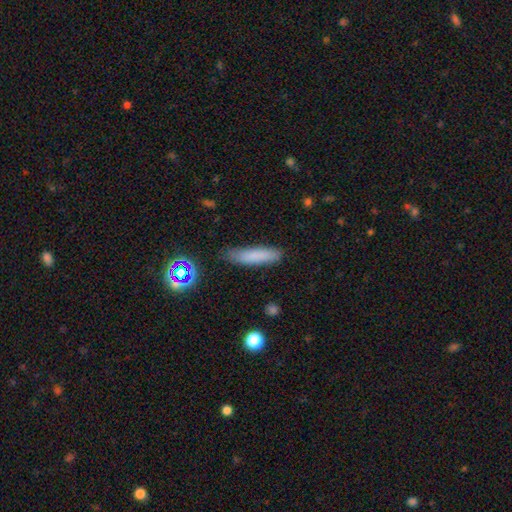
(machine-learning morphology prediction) Smooth or featured? smooth (79%)
How rounded? cigar-shaped (79%)
Merging? none (80%)